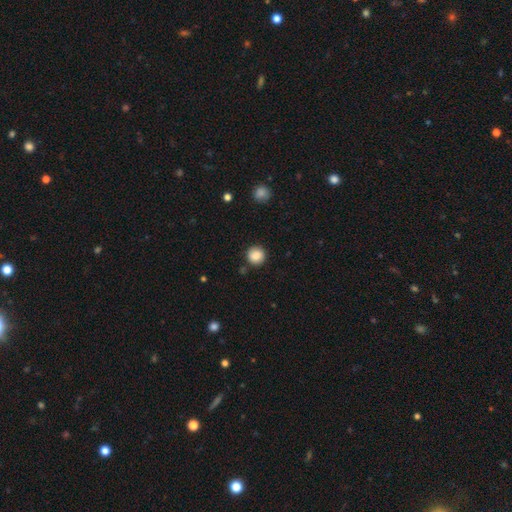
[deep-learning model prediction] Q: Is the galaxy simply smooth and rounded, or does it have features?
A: smooth — 87%.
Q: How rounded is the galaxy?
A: round — 93%.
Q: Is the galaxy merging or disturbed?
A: none — 87%.